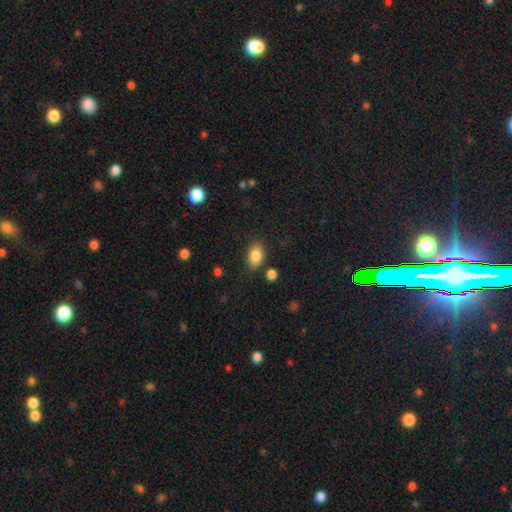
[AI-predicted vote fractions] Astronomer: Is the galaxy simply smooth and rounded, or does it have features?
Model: smooth — 85%.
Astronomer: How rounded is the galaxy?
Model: in between — 83%.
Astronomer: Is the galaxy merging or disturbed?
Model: none — 80%.